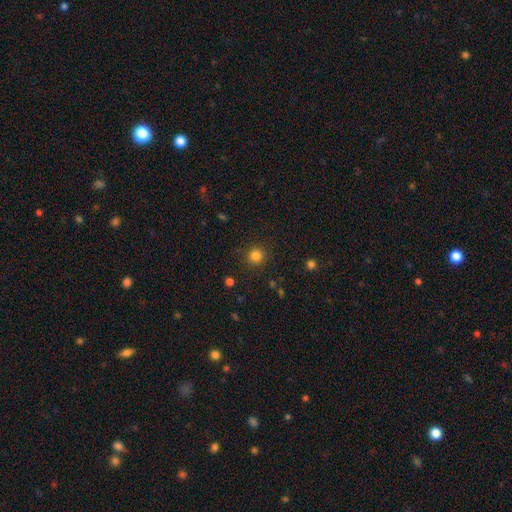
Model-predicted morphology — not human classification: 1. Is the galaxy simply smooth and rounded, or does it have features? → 82% smooth, 14% star or artifact, 4% featured or disk.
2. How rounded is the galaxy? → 94% round, 5% in between, 1% cigar-shaped.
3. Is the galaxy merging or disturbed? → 89% none, 7% minor disturbance, 3% major disturbance, 1% merger.